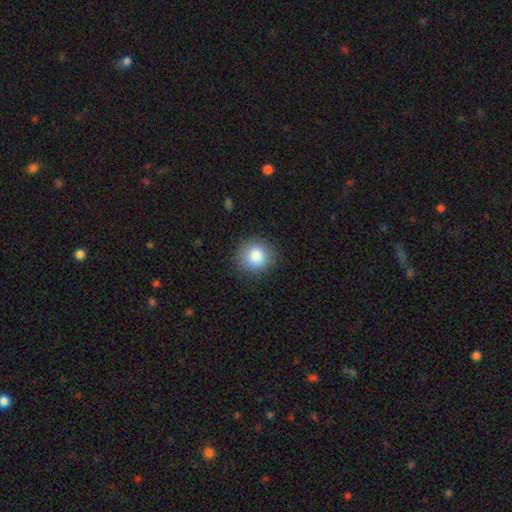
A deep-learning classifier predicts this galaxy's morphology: smooth 86%, star or artifact 9%, featured or disk 5%. Down the decision tree: how rounded — round (89%); merging — none (87%).